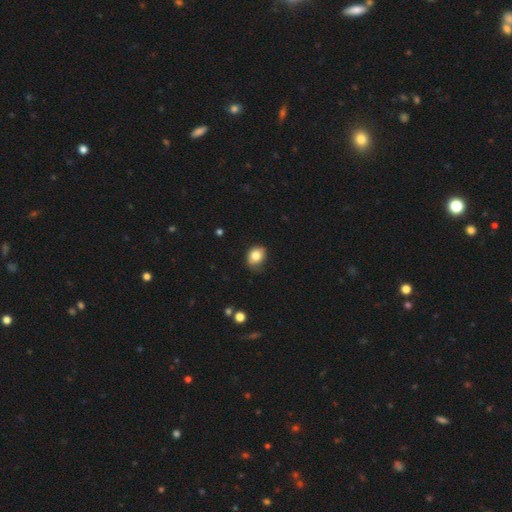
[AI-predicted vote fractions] Smooth or featured: smooth — 80% (featured or disk — 10%)
How rounded: in between — 52% (round — 47%)
Merging: none — 67% (minor disturbance — 26%)